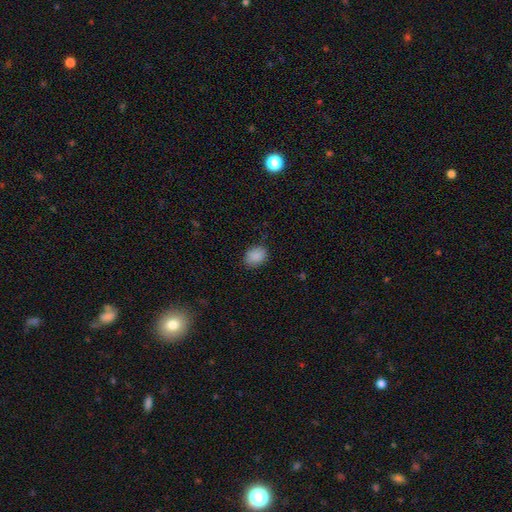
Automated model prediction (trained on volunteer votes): Q: Smooth or featured?
A: smooth (88%); runner-up: star or artifact (8%)
Q: How rounded?
A: in between (64%); runner-up: round (35%)
Q: Merging?
A: none (83%); runner-up: minor disturbance (13%)